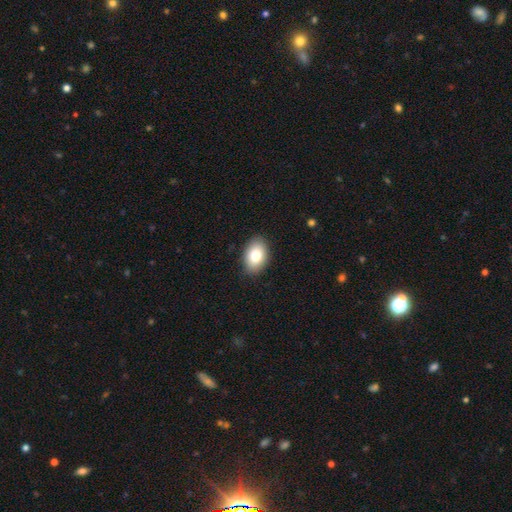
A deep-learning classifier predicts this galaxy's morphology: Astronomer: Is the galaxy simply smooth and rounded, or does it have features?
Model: smooth — 82%.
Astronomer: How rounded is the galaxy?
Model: in between — 87%.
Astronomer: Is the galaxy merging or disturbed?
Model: none — 87%.